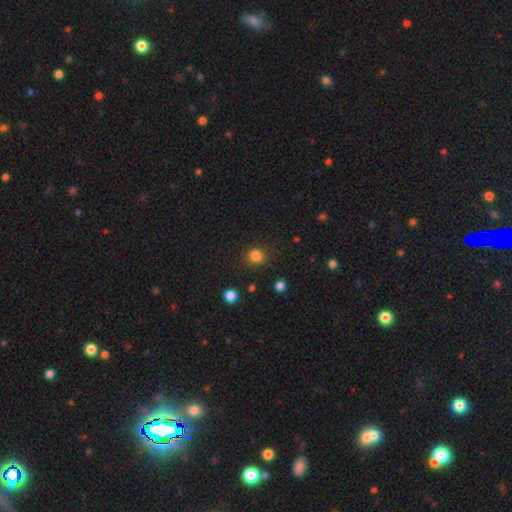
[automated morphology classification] The model was most divided on "how rounded": round: 82%, in between: 17%, cigar-shaped: 1%. More confident: merging — none (85%); smooth or featured — smooth (81%).